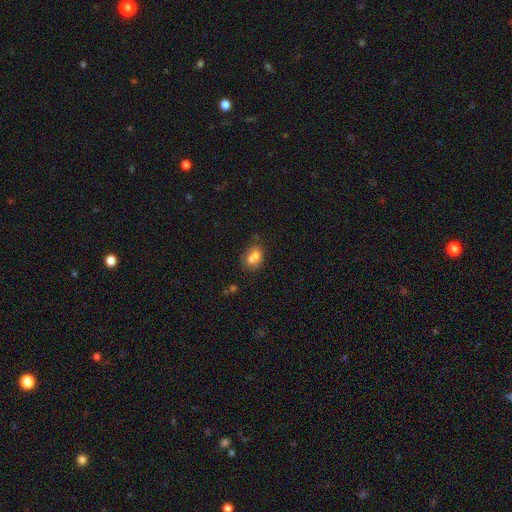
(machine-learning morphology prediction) A smooth galaxy with no disk features (66%) that is round (53%).

Vote fractions:
- Smooth or featured? smooth: 66% / featured or disk: 23% / star or artifact: 11%
- How rounded? round: 53% / in between: 45% / cigar-shaped: 1%
- Merging? merger: 57% / none: 30% / minor disturbance: 10% / major disturbance: 4%